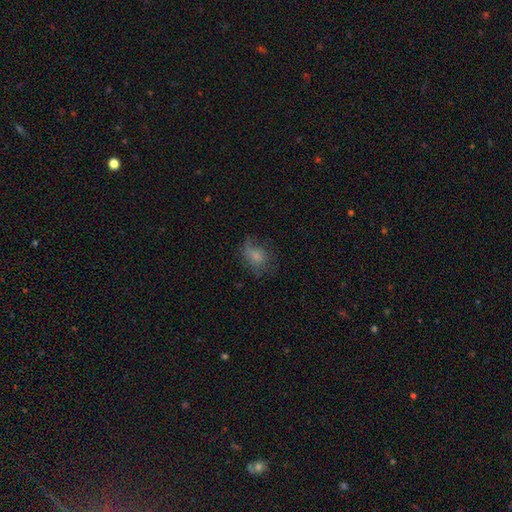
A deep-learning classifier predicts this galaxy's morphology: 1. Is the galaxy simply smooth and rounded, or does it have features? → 67% smooth, 19% featured or disk, 14% star or artifact.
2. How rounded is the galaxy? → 63% in between, 36% round, 2% cigar-shaped.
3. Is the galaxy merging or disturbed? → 51% none, 25% minor disturbance, 22% major disturbance, 2% merger.